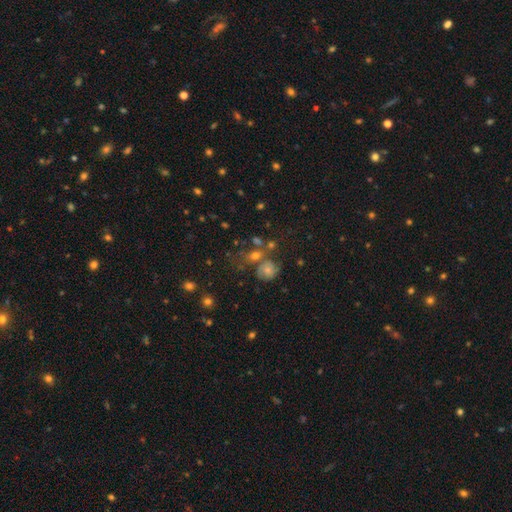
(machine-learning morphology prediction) A star or artifact, not a galaxy (54%).